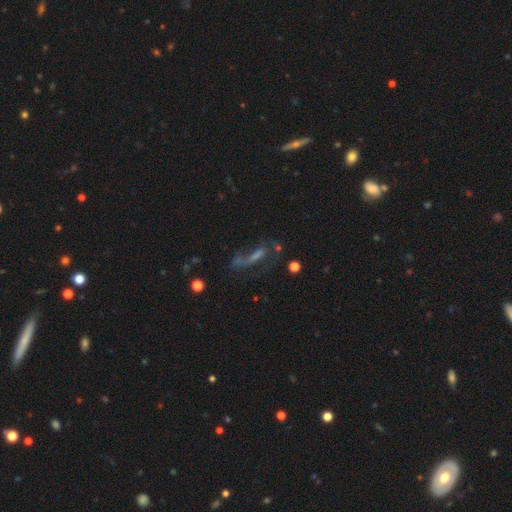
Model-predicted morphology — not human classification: Smooth or featured? featured or disk (49%)
Merging? none (43%)